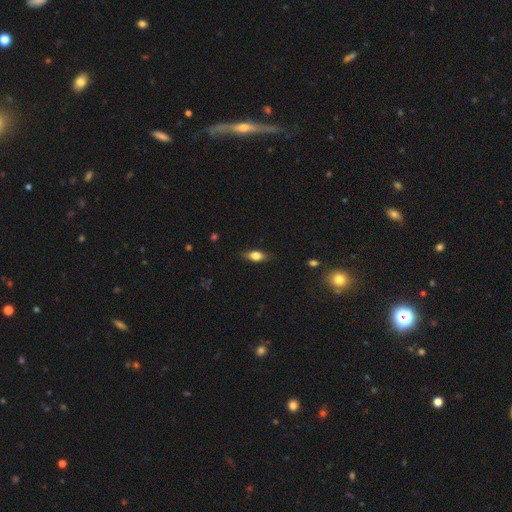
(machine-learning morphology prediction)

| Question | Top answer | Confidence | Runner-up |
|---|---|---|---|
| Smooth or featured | smooth | 67% | featured or disk (24%) |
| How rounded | in between | 77% | cigar-shaped (15%) |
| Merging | none | 82% | minor disturbance (14%) |